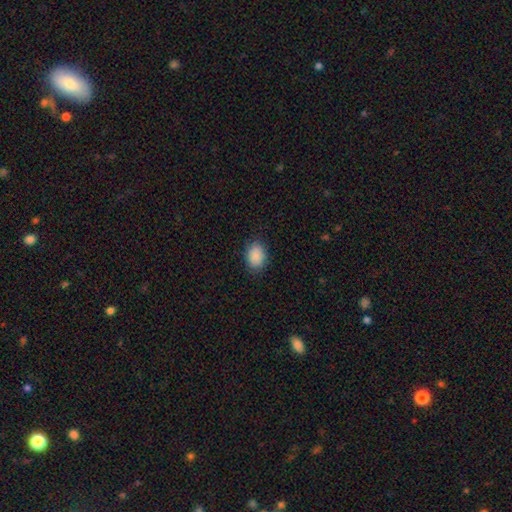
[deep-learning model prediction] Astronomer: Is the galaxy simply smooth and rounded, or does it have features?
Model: smooth — 89%.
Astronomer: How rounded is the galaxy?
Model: in between — 71%.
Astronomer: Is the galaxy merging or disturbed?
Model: none — 85%.